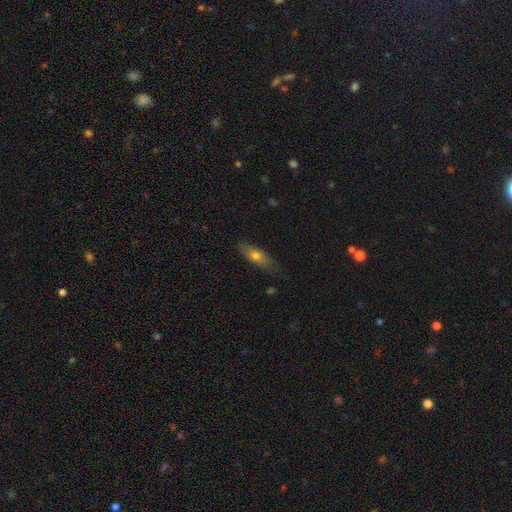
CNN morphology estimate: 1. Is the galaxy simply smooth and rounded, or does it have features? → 66% smooth, 27% featured or disk, 7% star or artifact.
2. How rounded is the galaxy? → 59% in between, 38% cigar-shaped, 3% round.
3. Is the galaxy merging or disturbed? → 76% none, 19% minor disturbance, 4% major disturbance, 1% merger.